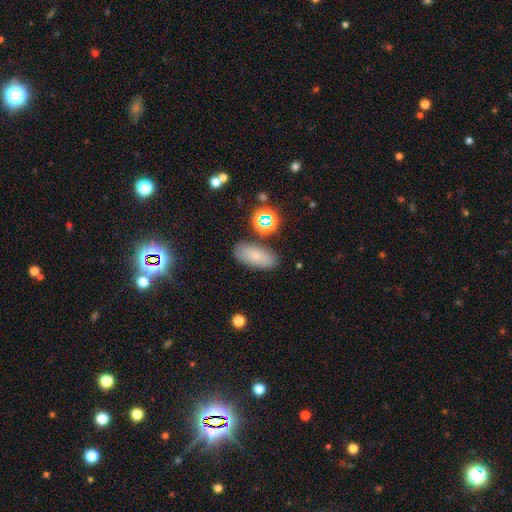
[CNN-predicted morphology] The model was most divided on "smooth or featured": smooth: 74%, star or artifact: 13%, featured or disk: 13%. More confident: how rounded — in between (84%); merging — none (82%).